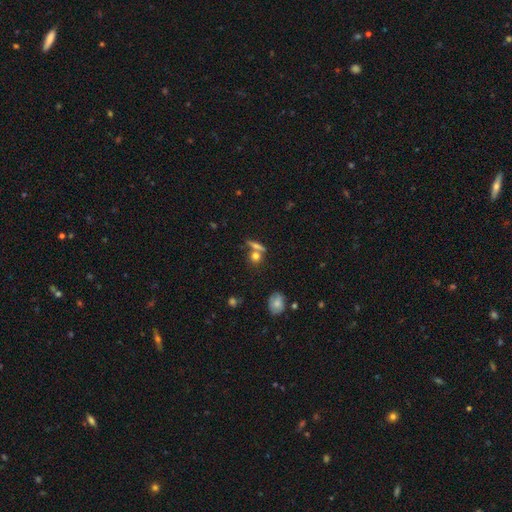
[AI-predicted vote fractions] Q: Smooth or featured?
A: smooth (66%); runner-up: featured or disk (19%)
Q: How rounded?
A: round (62%); runner-up: in between (22%)
Q: Merging?
A: none (57%); runner-up: merger (29%)